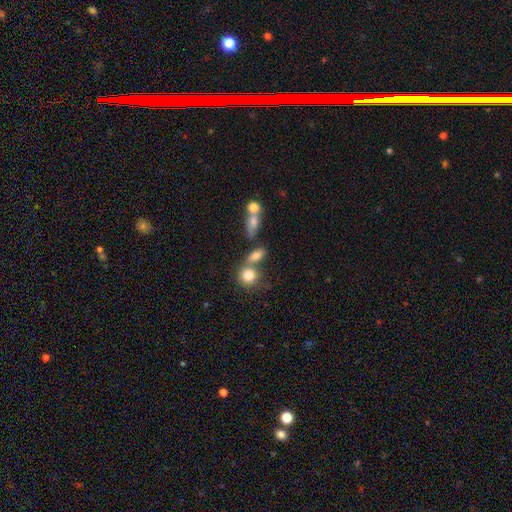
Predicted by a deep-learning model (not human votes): Morphology: type=smooth (76%); roundness=in between (63%); merging=none (42%).